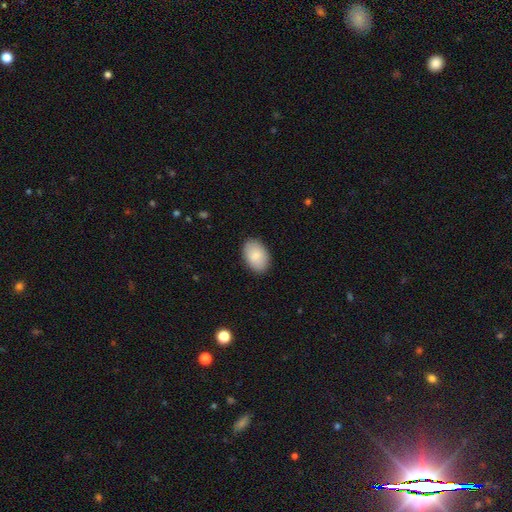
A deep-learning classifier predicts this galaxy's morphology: Smooth or featured? Predicted: smooth (p=0.84). How rounded? Predicted: in between (p=0.90). Merging? Predicted: none (p=0.87).